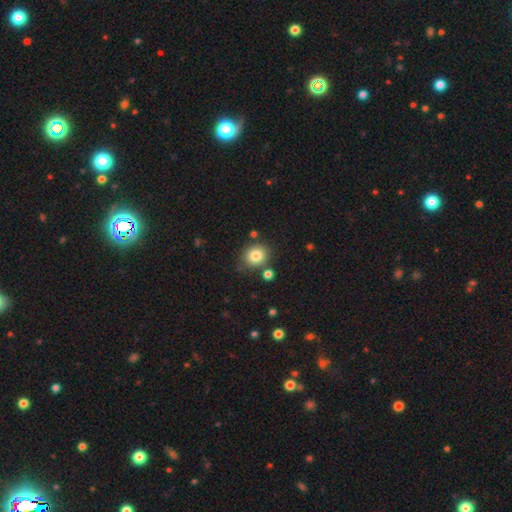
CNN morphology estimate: Smooth or featured: smooth — 81% (star or artifact — 11%)
How rounded: round — 79% (in between — 20%)
Merging: none — 80% (minor disturbance — 9%)